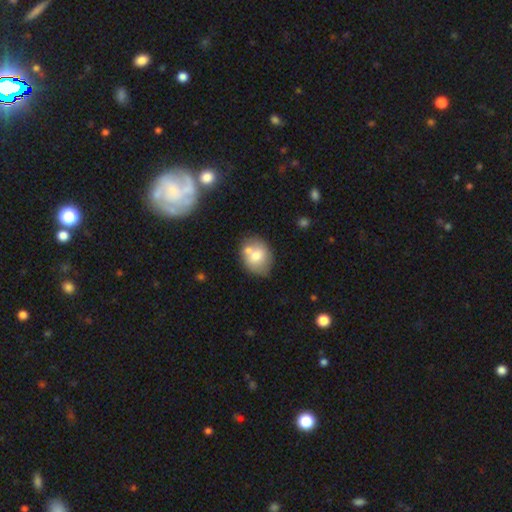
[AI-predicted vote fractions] Smooth or featured: smooth — 69% (featured or disk — 22%)
How rounded: in between — 52% (round — 46%)
Merging: none — 59% (merger — 23%)